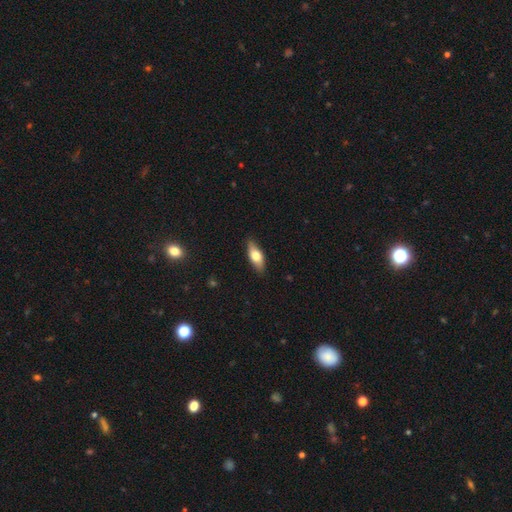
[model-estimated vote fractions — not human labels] Smooth or featured: smooth — 67% (featured or disk — 27%)
How rounded: in between — 74% (cigar-shaped — 22%)
Merging: none — 85% (minor disturbance — 12%)